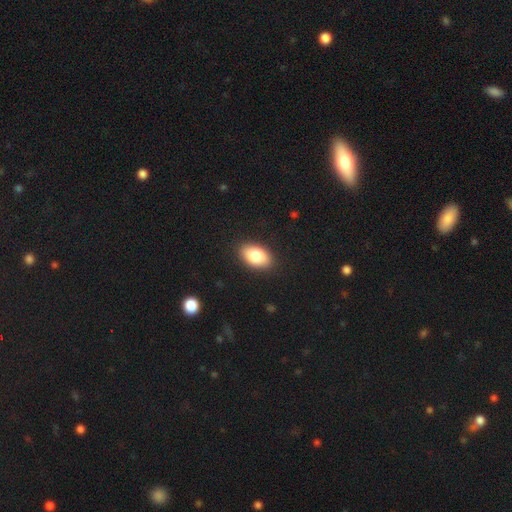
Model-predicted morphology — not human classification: Q: Smooth or featured?
A: smooth (83%); runner-up: featured or disk (10%)
Q: How rounded?
A: in between (91%); runner-up: round (7%)
Q: Merging?
A: none (89%); runner-up: minor disturbance (8%)